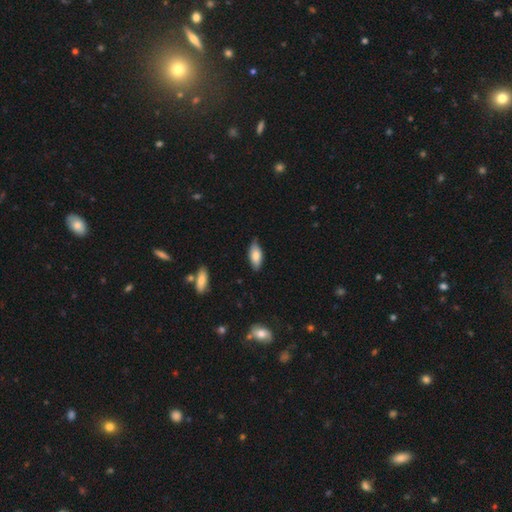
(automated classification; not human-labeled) smooth-or-featured: smooth: 77% | featured or disk: 16% | star or artifact: 6%
  how-rounded: in between: 86% | cigar-shaped: 12% | round: 2%
  merging: none: 77% | minor disturbance: 19% | major disturbance: 2% | merger: 1%